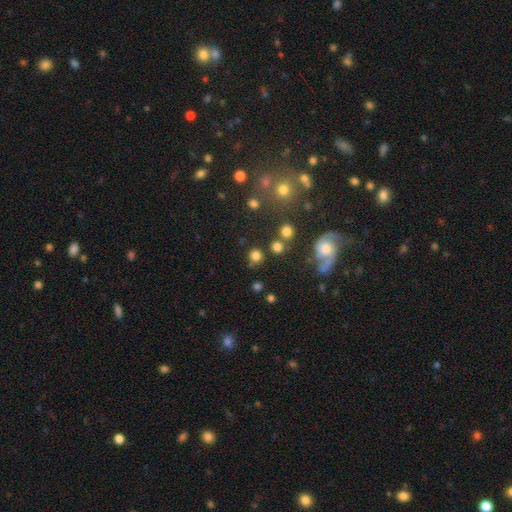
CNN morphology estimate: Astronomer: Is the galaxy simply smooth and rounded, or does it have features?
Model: smooth — 77%.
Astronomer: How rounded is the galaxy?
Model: round — 91%.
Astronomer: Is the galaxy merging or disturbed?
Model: none — 78%.